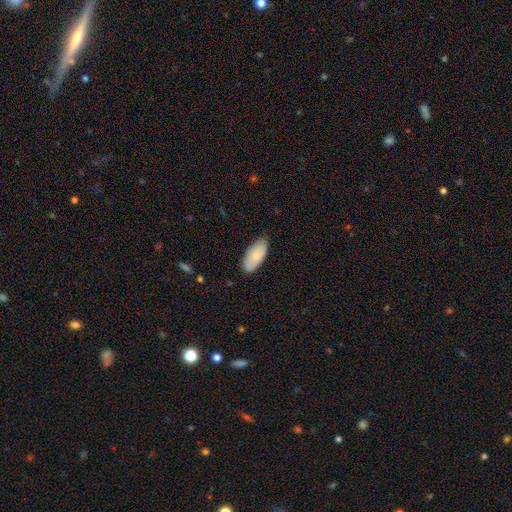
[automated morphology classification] A smooth galaxy with no disk features (84%) that is in between round and cigar-shaped (90%). Merging: none (79%).